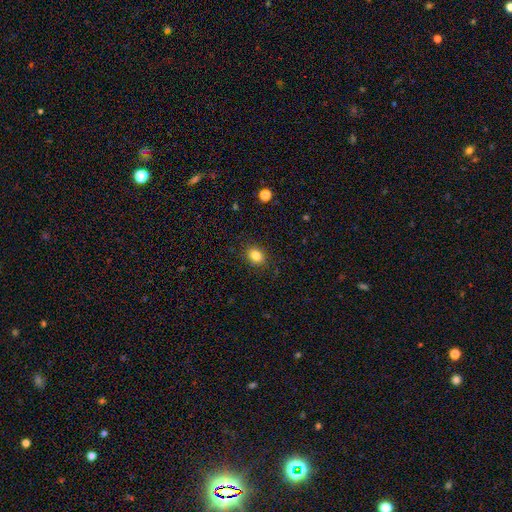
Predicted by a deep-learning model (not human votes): Smooth or featured?
  - smooth: 84% *
  - star or artifact: 11%
  - featured or disk: 6%
How rounded?
  - in between: 55% *
  - round: 44%
  - cigar-shaped: 1%
Merging?
  - none: 88% *
  - minor disturbance: 9%
  - major disturbance: 2%
  - merger: 1%